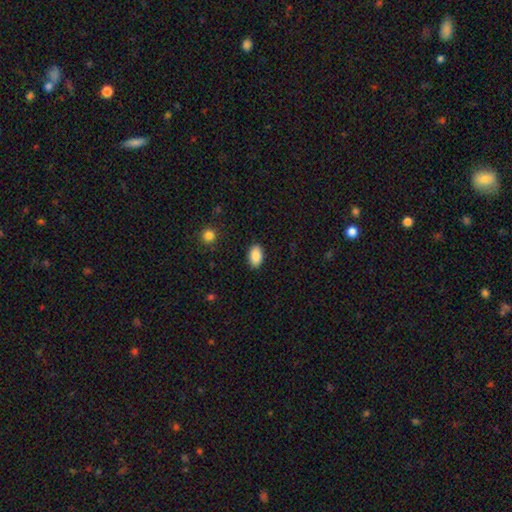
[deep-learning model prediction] Smooth or featured?
  - smooth: 88% *
  - star or artifact: 7%
  - featured or disk: 4%
How rounded?
  - in between: 91% *
  - round: 7%
  - cigar-shaped: 2%
Merging?
  - none: 88% *
  - minor disturbance: 9%
  - major disturbance: 2%
  - merger: 1%